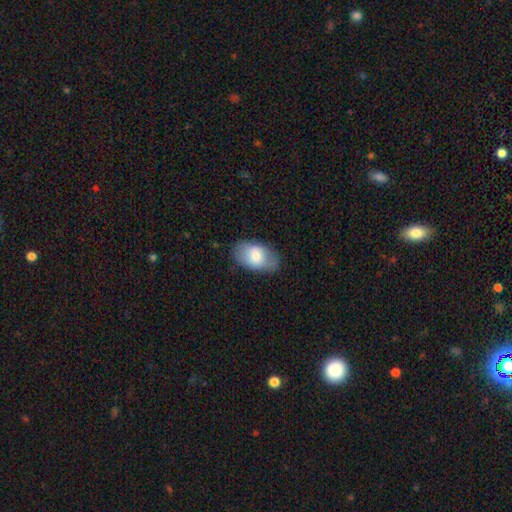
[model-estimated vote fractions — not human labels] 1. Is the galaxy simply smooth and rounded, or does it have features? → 70% smooth, 23% featured or disk, 7% star or artifact.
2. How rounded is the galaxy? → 90% in between, 8% round, 2% cigar-shaped.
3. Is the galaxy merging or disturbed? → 79% none, 15% minor disturbance, 4% major disturbance, 1% merger.